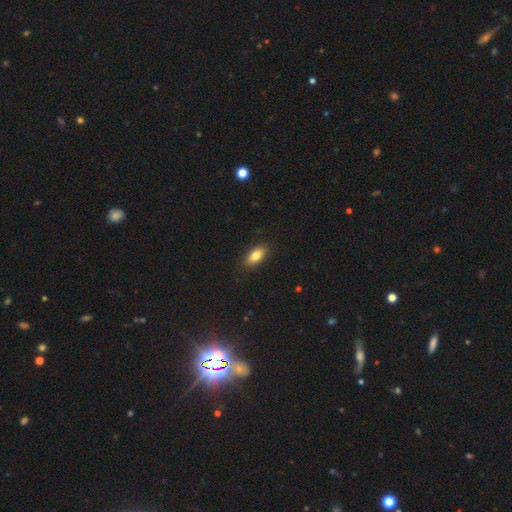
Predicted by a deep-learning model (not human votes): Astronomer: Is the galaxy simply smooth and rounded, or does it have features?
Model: smooth — 82%.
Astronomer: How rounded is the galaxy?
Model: in between — 87%.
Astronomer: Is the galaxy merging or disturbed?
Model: none — 87%.